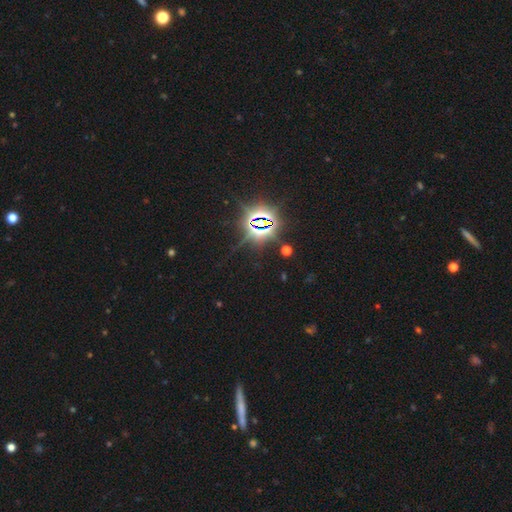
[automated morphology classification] star or artifact 83%, smooth 10%, featured or disk 7%.